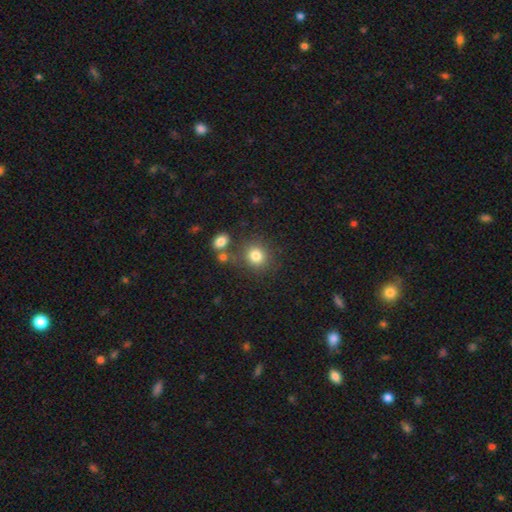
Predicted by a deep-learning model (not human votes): Smooth or featured? smooth (81%)
How rounded? round (81%)
Merging? none (76%)